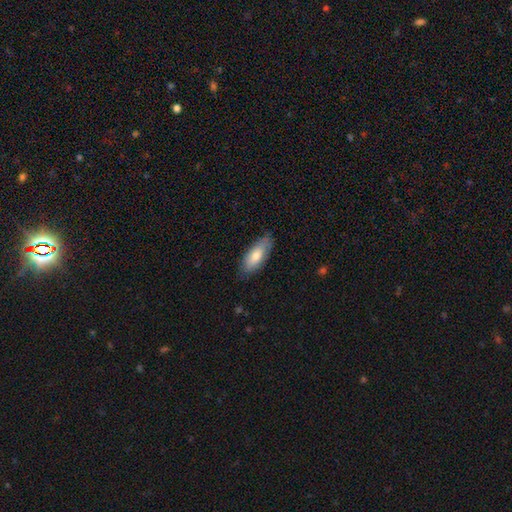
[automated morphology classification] Q: Smooth or featured?
A: smooth (73%); runner-up: featured or disk (21%)
Q: How rounded?
A: in between (75%); runner-up: cigar-shaped (23%)
Q: Merging?
A: none (81%); runner-up: minor disturbance (15%)